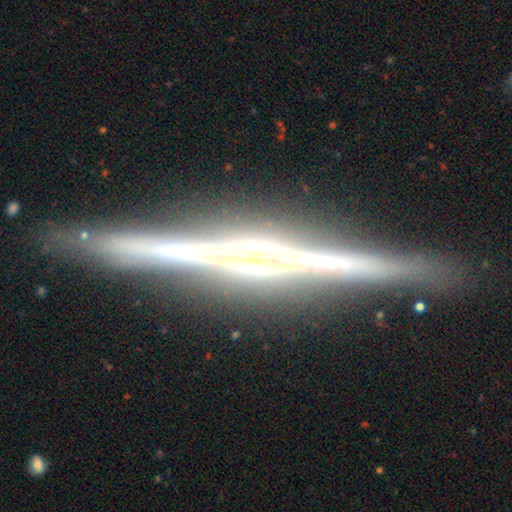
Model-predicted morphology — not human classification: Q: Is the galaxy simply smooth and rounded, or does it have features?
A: featured or disk — 91%.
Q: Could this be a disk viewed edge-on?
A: yes — 99%.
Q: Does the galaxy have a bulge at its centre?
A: rounded — 83%.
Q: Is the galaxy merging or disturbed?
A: none — 90%.